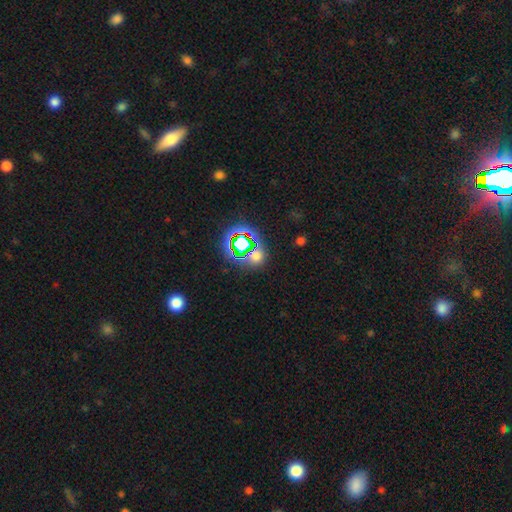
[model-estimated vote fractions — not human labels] star or artifact 52%, smooth 39%, featured or disk 9%.